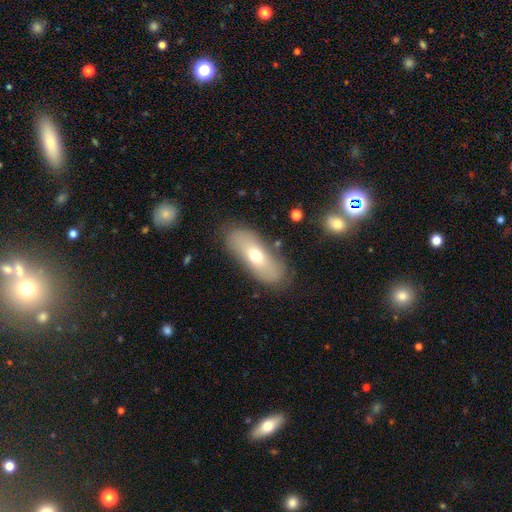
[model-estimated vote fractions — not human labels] smooth 60%, featured or disk 33%, star or artifact 8%. Down the decision tree: how rounded — in between (74%); merging — none (77%).